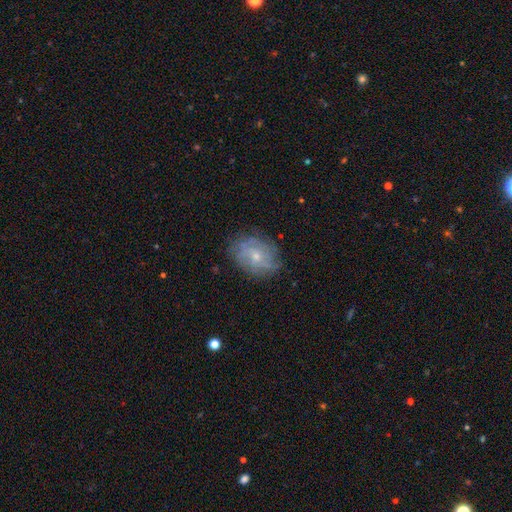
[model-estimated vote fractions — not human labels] The model was most divided on "spiral winding": tight: 52%, medium: 33%, loose: 15%. More confident: edge-on disk — no (97%); spiral arms — yes (82%); bar — no (77%); merging — none (76%); smooth or featured — featured or disk (65%); bulge size — small (64%); spiral arm count — can't tell (52%).